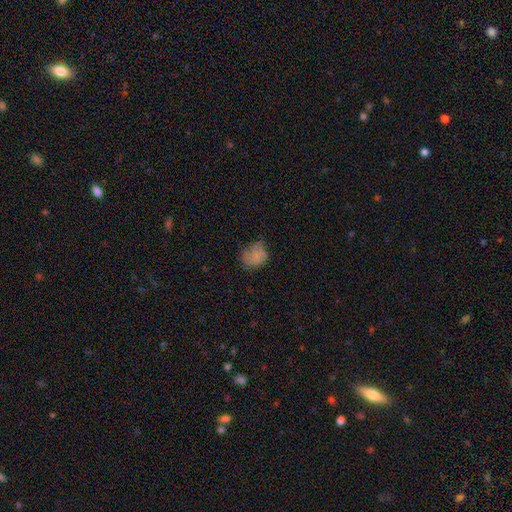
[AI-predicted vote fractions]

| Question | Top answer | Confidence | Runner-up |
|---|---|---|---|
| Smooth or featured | smooth | 65% | featured or disk (24%) |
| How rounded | round | 55% | in between (44%) |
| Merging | none | 57% | minor disturbance (29%) |